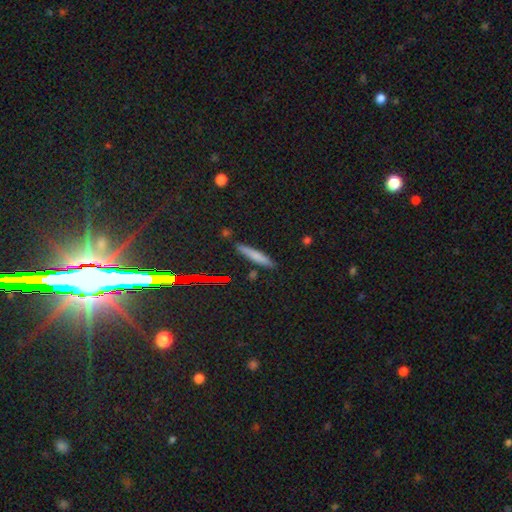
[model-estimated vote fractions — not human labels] A smooth galaxy with no disk features (69%) that is cigar-shaped (91%). Merging: none (85%).